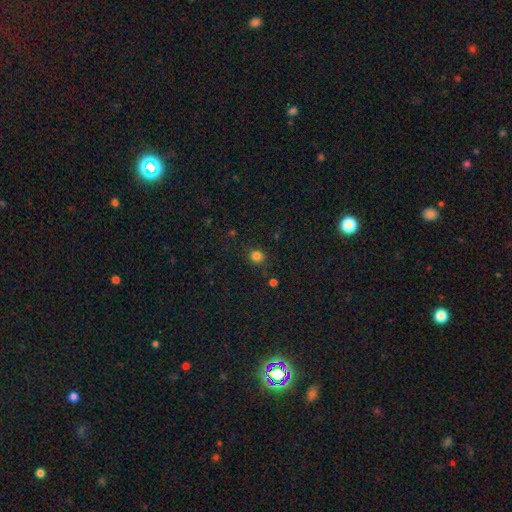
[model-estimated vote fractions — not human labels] Smooth or featured: smooth — 82% (star or artifact — 14%)
How rounded: round — 85% (in between — 14%)
Merging: none — 86% (minor disturbance — 10%)